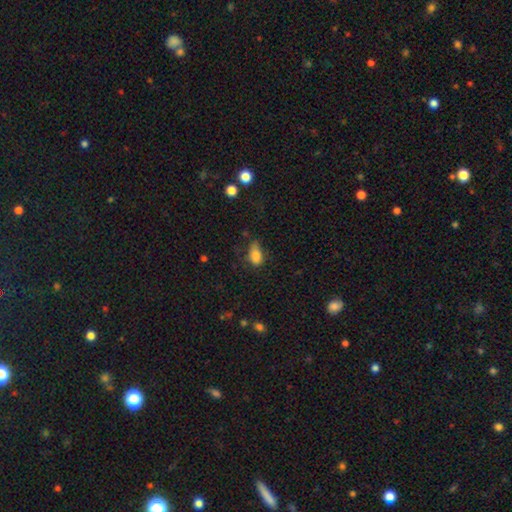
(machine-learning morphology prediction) The model was most divided on "merging": none: 46%, minor disturbance: 36%, major disturbance: 15%, merger: 3%. More confident: how rounded — in between (88%); smooth or featured — smooth (83%).